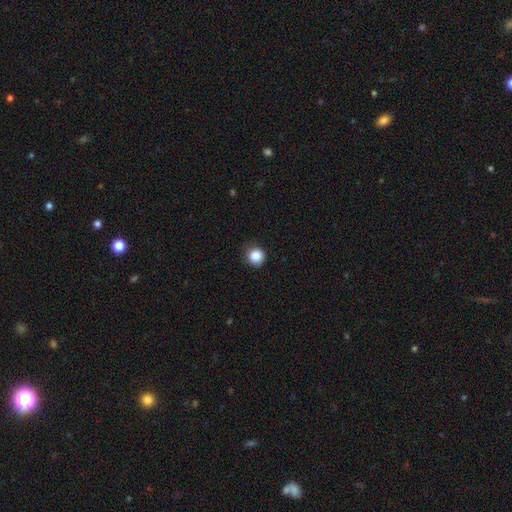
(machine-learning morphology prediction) smooth_or_featured: smooth (p=0.85) [alt: star or artifact p=0.11]
how_rounded: round (p=0.92) [alt: in between p=0.07]
merging: none (p=0.86) [alt: minor disturbance p=0.11]